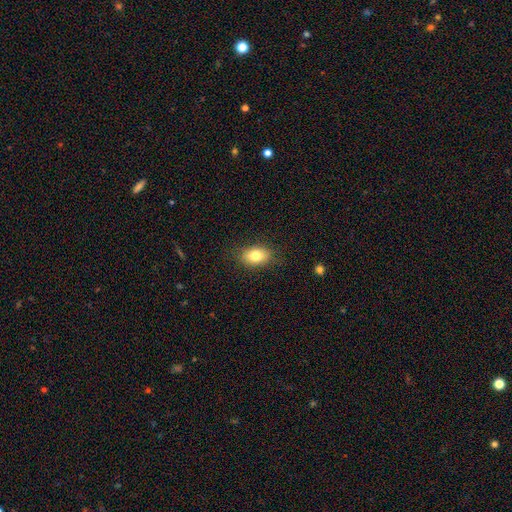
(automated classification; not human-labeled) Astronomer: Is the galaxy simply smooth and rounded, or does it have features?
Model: smooth — 80%.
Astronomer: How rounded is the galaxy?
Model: in between — 83%.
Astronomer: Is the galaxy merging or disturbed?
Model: none — 85%.